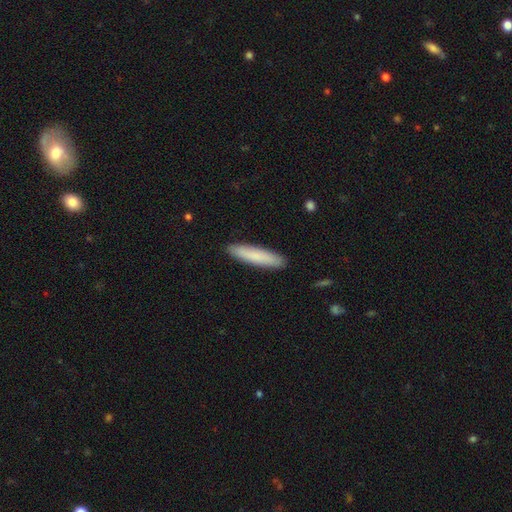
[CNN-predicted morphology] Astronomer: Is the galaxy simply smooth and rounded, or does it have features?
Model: smooth — 82%.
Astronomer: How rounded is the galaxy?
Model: cigar-shaped — 86%.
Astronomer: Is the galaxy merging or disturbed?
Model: none — 91%.